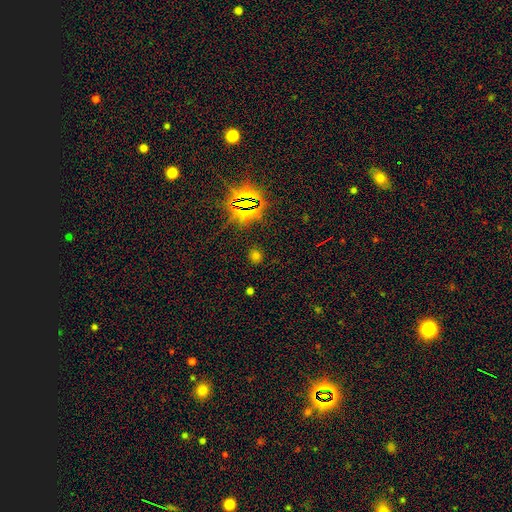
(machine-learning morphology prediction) Smooth or featured? Predicted: smooth (p=0.55). How rounded? Predicted: round (p=0.83). Merging? Predicted: none (p=0.86).